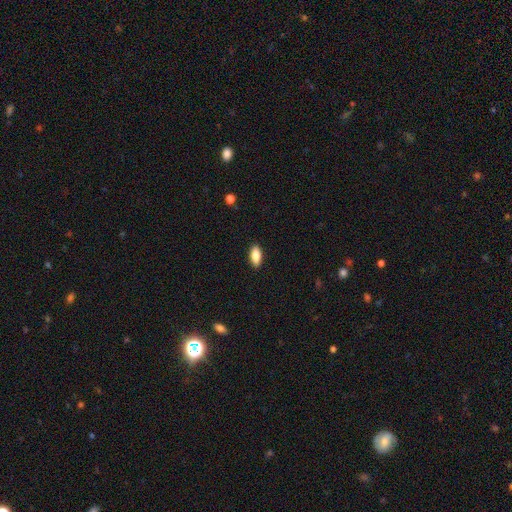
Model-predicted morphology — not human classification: smooth-or-featured: smooth: 84% | featured or disk: 10% | star or artifact: 7%
  how-rounded: in between: 86% | cigar-shaped: 12% | round: 2%
  merging: none: 90% | minor disturbance: 8% | major disturbance: 2% | merger: 1%